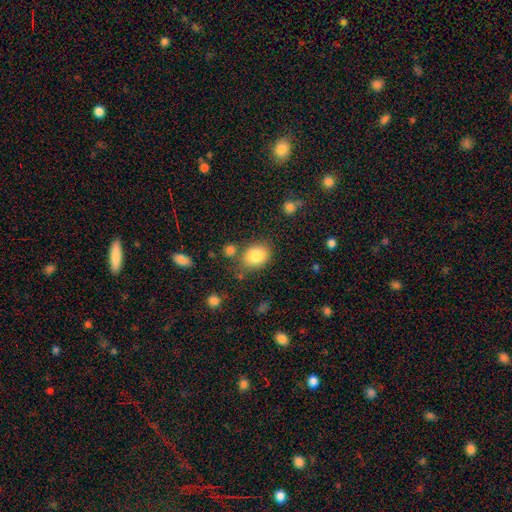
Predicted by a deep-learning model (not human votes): smooth-or-featured: smooth: 84% | star or artifact: 9% | featured or disk: 8%
  how-rounded: in between: 54% | round: 45% | cigar-shaped: 1%
  merging: none: 72% | minor disturbance: 15% | merger: 8% | major disturbance: 5%